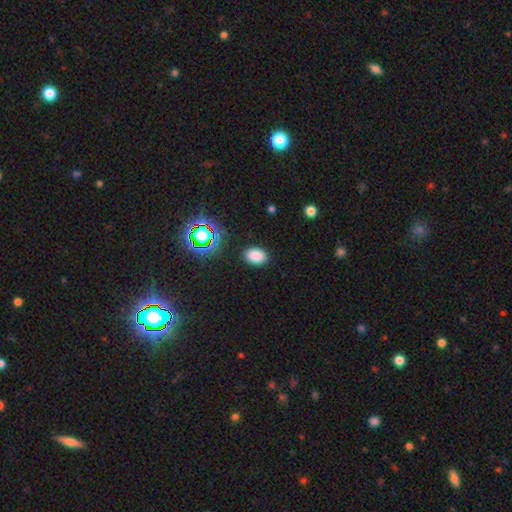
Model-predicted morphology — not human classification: smooth 81%, star or artifact 14%, featured or disk 5%. Down the decision tree: how rounded — in between (85%); merging — none (88%).